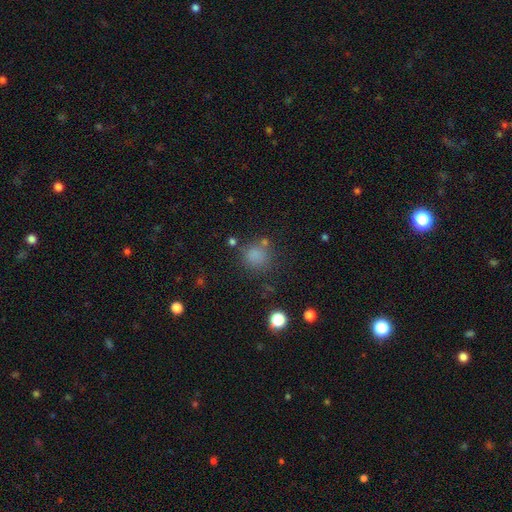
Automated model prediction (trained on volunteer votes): smooth 77%, star or artifact 17%, featured or disk 6%. Down the decision tree: how rounded — round (86%); merging — none (73%).